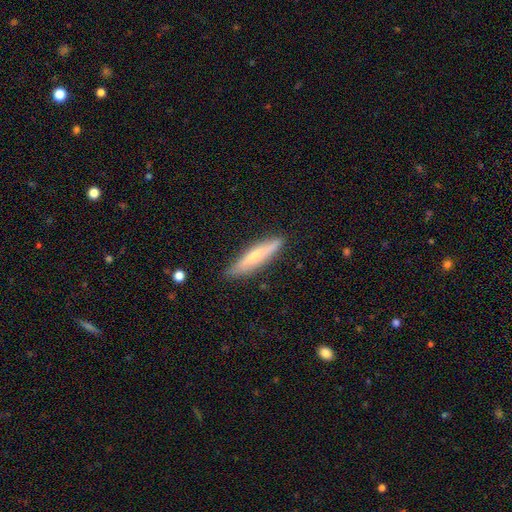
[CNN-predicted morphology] Q: Smooth or featured?
A: smooth (55%); runner-up: featured or disk (39%)
Q: How rounded?
A: cigar-shaped (83%); runner-up: in between (16%)
Q: Merging?
A: none (83%); runner-up: minor disturbance (13%)